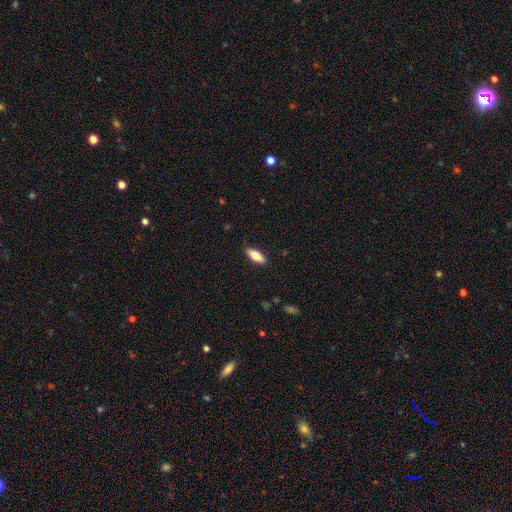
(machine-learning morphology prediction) smooth 77%, featured or disk 16%, star or artifact 6%. Down the decision tree: how rounded — in between (75%); merging — none (88%).